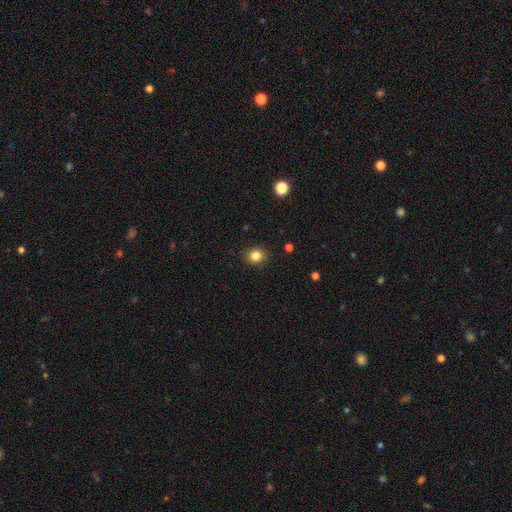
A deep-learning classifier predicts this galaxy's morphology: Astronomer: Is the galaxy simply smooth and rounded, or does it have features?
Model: smooth — 83%.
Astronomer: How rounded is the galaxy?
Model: round — 81%.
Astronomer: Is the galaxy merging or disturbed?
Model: none — 91%.